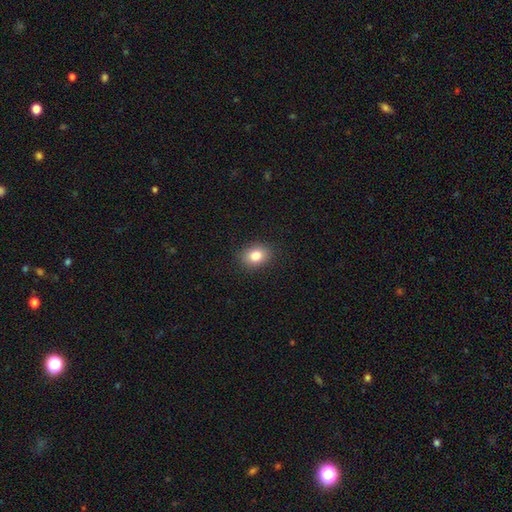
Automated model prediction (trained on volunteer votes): Smooth or featured? smooth (83%)
How rounded? in between (62%)
Merging? none (89%)